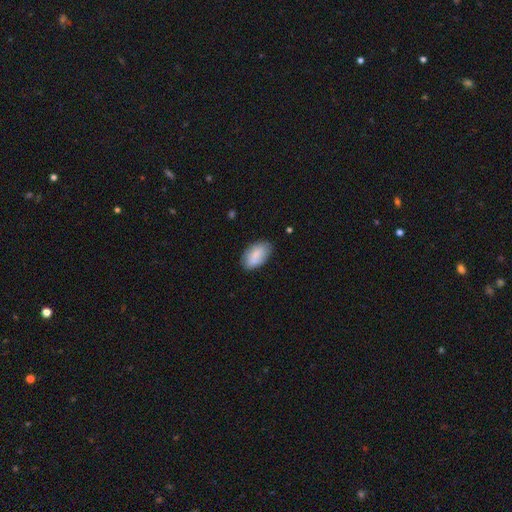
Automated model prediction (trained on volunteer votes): Smooth or featured? smooth (76%)
How rounded? in between (93%)
Merging? none (69%)